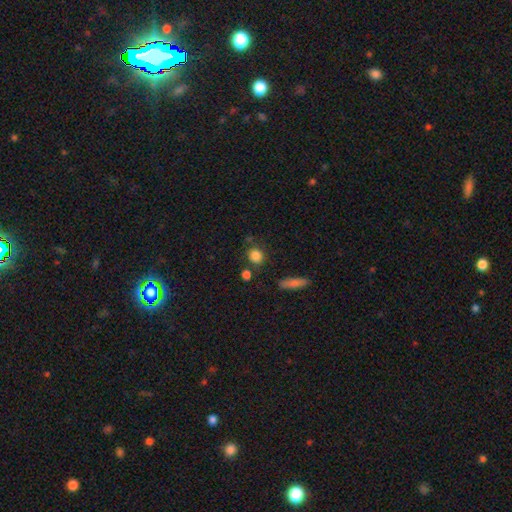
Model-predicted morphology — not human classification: Smooth or featured: smooth — 84% (star or artifact — 10%)
How rounded: round — 75% (in between — 23%)
Merging: none — 75% (minor disturbance — 12%)